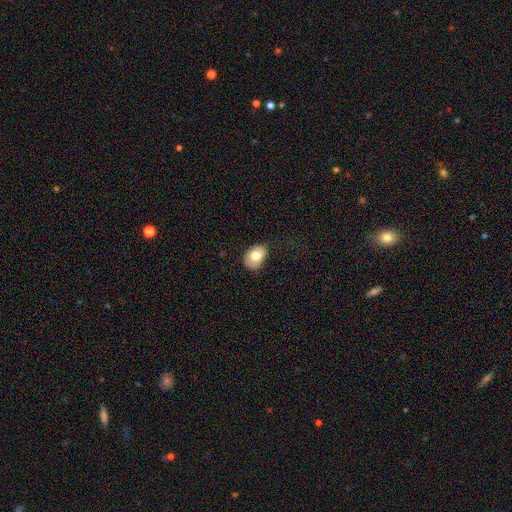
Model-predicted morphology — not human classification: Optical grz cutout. It shows a smooth galaxy with no disk features (76%) that is in between round and cigar-shaped (73%). Merging: none (63%).